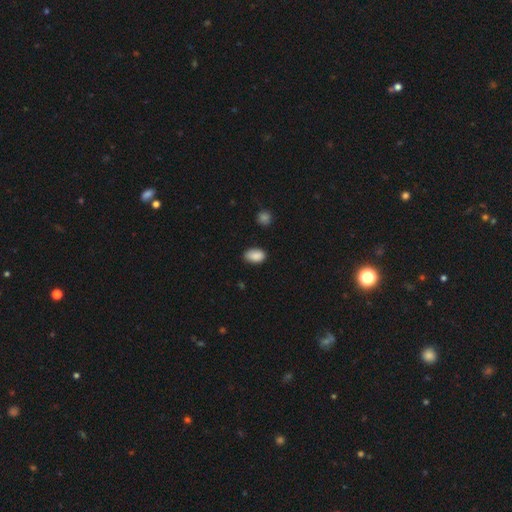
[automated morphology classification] Q: Smooth or featured?
A: smooth (89%); runner-up: star or artifact (8%)
Q: How rounded?
A: in between (90%); runner-up: round (9%)
Q: Merging?
A: none (81%); runner-up: minor disturbance (15%)